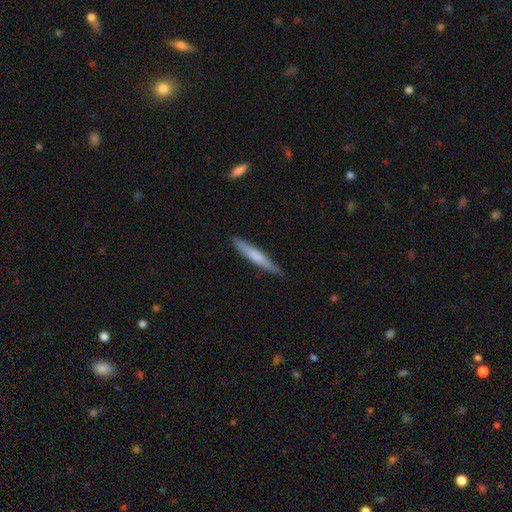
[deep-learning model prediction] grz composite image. It shows a smooth galaxy with no disk features (62%) that is cigar-shaped (94%). Merging: none (86%).